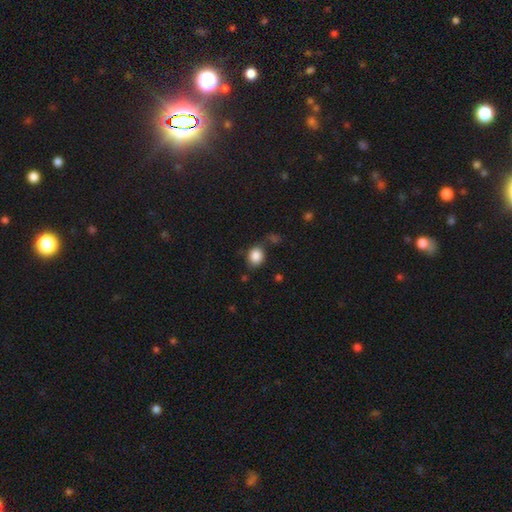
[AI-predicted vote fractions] Morphology: type=smooth (86%); roundness=round (57%); merging=none (73%).